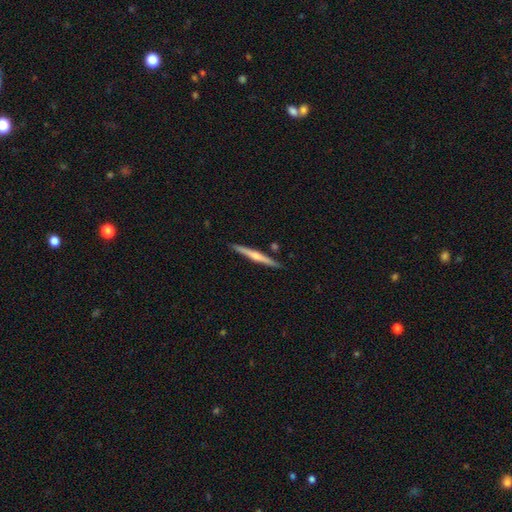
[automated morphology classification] smooth-or-featured: featured or disk: 68% | smooth: 26% | star or artifact: 5%
  disk-edge-on: yes: 98% | no: 2%
    edge-on-bulge: rounded: 78% | none: 16% | boxy: 6%
  merging: none: 90% | minor disturbance: 6% | merger: 2% | major disturbance: 1%